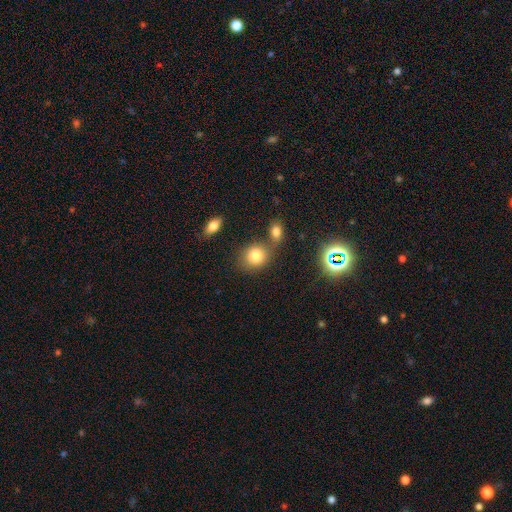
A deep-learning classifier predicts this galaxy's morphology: Smooth or featured? Predicted: smooth (p=0.81). How rounded? Predicted: round (p=0.65). Merging? Predicted: none (p=0.54).